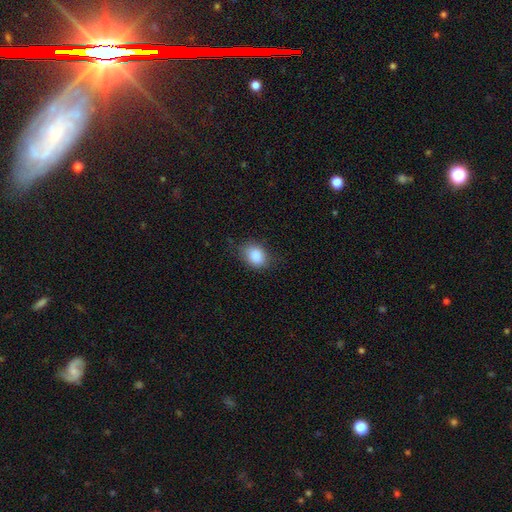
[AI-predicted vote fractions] smooth_or_featured: smooth (p=0.88) [alt: star or artifact p=0.08]
how_rounded: in between (p=0.65) [alt: round p=0.34]
merging: none (p=0.75) [alt: minor disturbance p=0.19]